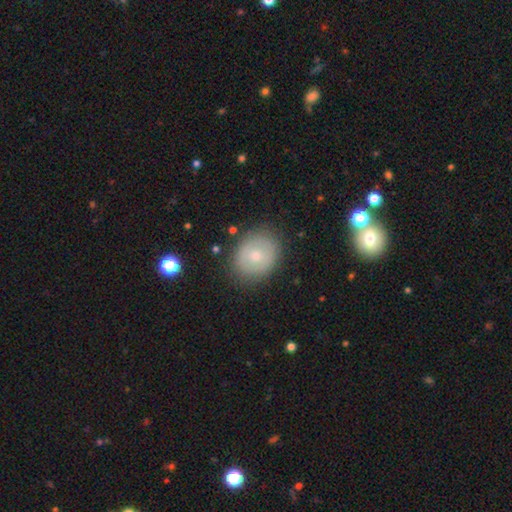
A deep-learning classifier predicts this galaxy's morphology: This is possibly a smooth galaxy (57%). How rounded: possibly round (59%). Merging: clearly none (83%).